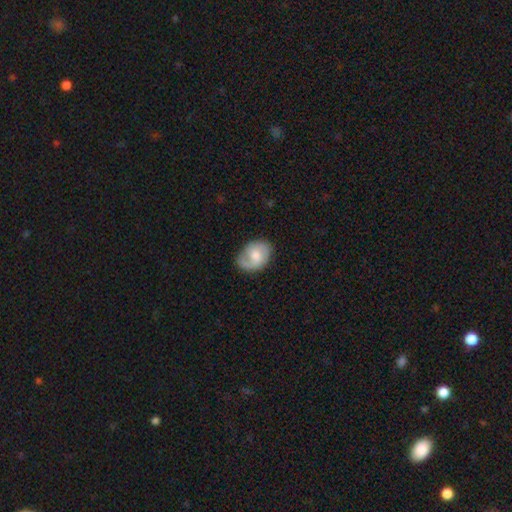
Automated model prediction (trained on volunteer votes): A smooth galaxy with no disk features (50%). Merging: none (63%).